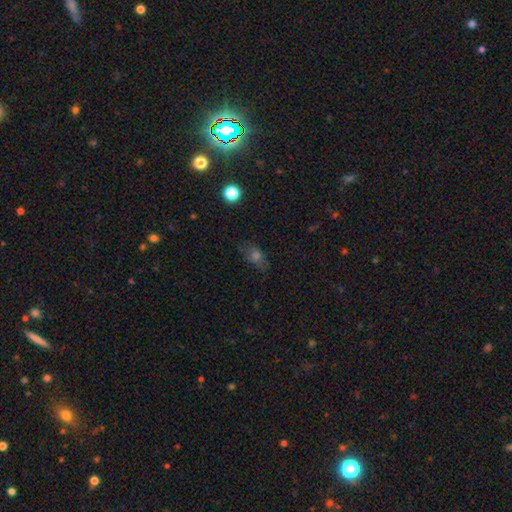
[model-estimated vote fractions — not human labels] Morphology: type=smooth (54%); roundness=in between (68%); merging=none (75%).